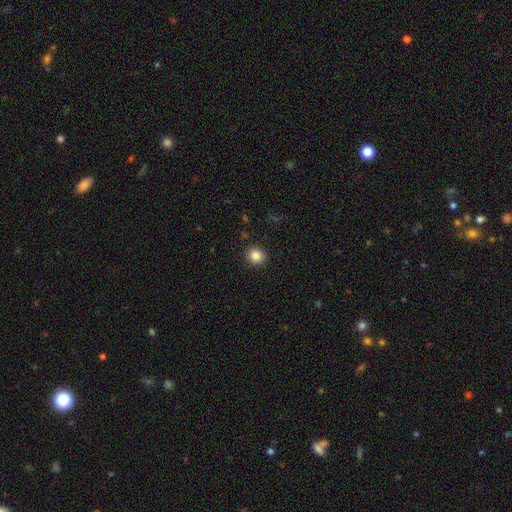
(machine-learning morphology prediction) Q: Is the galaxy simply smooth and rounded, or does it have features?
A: smooth — 85%.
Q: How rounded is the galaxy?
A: round — 90%.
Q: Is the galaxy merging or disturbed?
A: none — 91%.